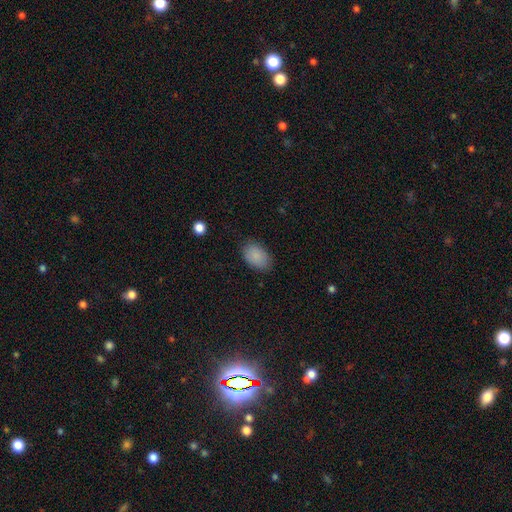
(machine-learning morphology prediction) smooth_or_featured: smooth (p=0.89) [alt: star or artifact p=0.07]
how_rounded: in between (p=0.90) [alt: round p=0.08]
merging: none (p=0.82) [alt: minor disturbance p=0.14]